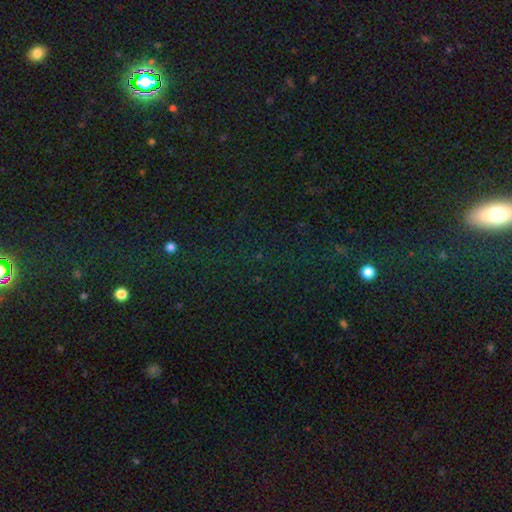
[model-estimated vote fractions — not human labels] smooth_or_featured: star or artifact (p=0.68) [alt: smooth p=0.20]